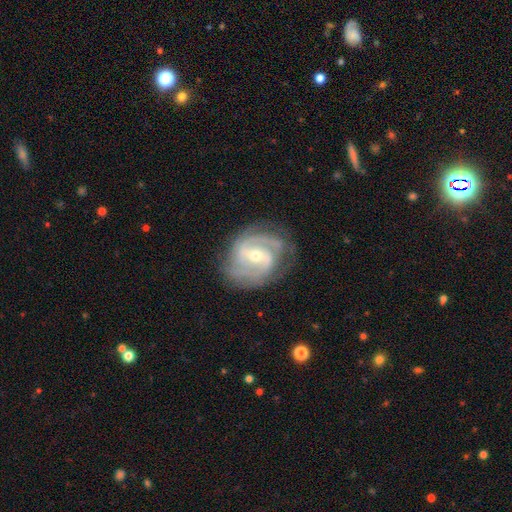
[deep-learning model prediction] smooth-or-featured: featured or disk: 91% | smooth: 5% | star or artifact: 4%
  disk-edge-on: no: 98% | yes: 2%
    bar: weak: 50% | no: 25% | strong: 25%
    has-spiral-arms: yes: 98% | no: 2%
      spiral-winding: tight: 52% | medium: 41% | loose: 7%
      spiral-arm-count: 2: 44% | 3: 31% | can't tell: 11% | 4: 6% | 1: 4% | more than 4: 4%
    bulge-size: moderate: 50% | small: 47% | large: 1% | none: 1% | dominant: 1%
  merging: none: 77% | minor disturbance: 17% | major disturbance: 6% | merger: 1%